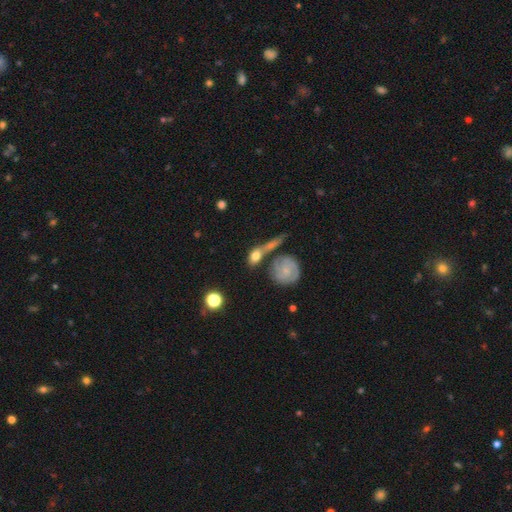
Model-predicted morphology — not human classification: A smooth galaxy with no disk features (57%) that is in between round and cigar-shaped (57%). Merging: none (44%).